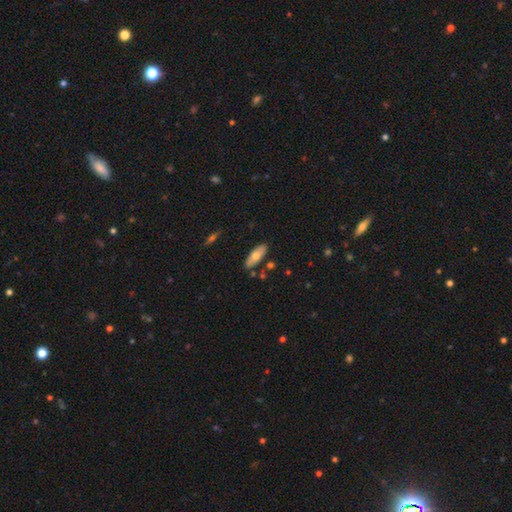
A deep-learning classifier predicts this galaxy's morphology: This is likely a smooth galaxy (66%). How rounded: likely in between (74%). Merging: clearly none (82%).